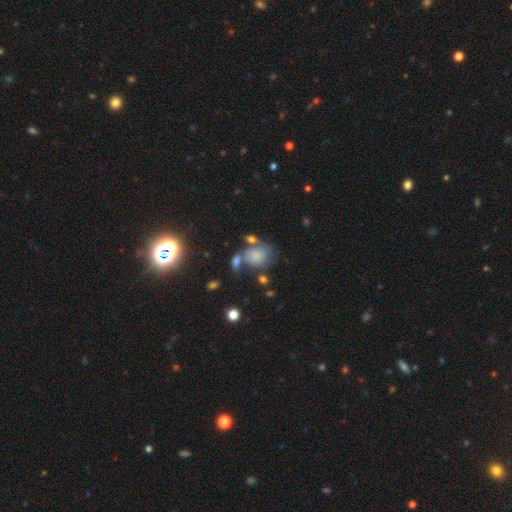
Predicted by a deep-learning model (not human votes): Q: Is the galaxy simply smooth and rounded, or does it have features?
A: smooth — 71%.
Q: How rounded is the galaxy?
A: in between — 50%.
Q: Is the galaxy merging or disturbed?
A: none — 41%.